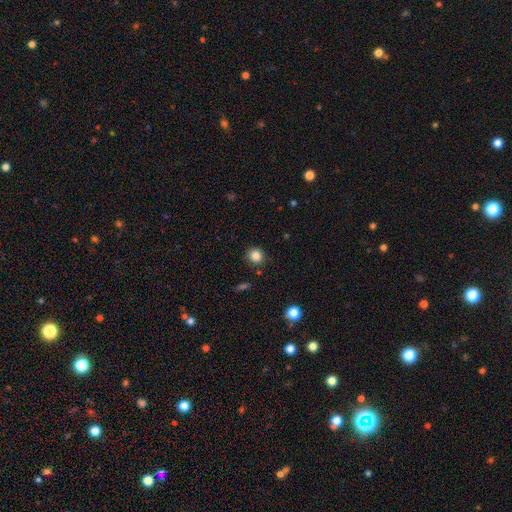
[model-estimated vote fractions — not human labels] smooth_or_featured: smooth (p=0.84) [alt: star or artifact p=0.11]
how_rounded: round (p=0.87) [alt: in between p=0.12]
merging: none (p=0.88) [alt: minor disturbance p=0.08]